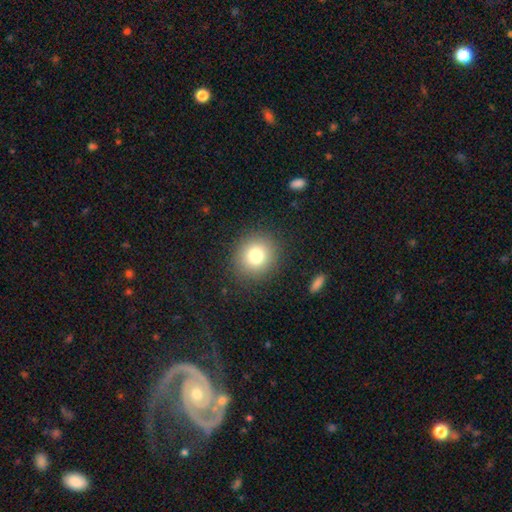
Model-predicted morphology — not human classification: This is likely a smooth galaxy (78%). How rounded: clearly round (89%). Merging: clearly none (89%).